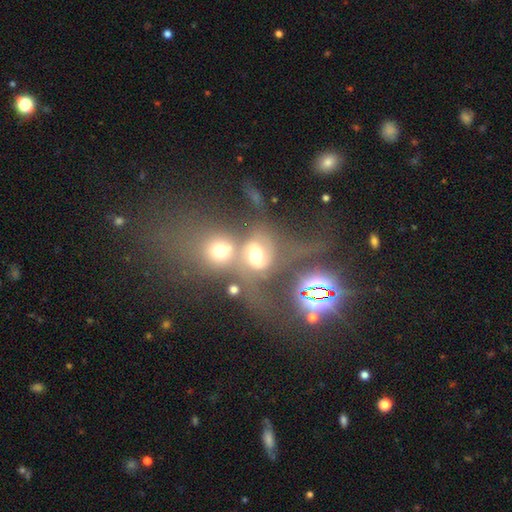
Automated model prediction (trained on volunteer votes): Smooth or featured? smooth (41%)
Merging? merger (70%)